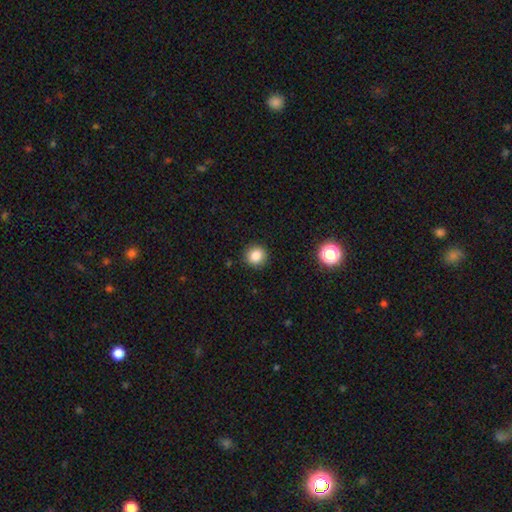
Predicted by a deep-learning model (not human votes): Morphology: type=smooth (84%); roundness=round (90%); merging=none (91%).